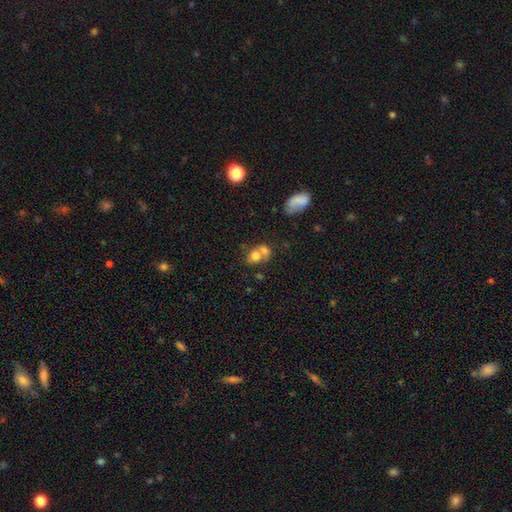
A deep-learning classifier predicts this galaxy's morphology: A smooth galaxy with no disk features (70%) that is round (55%). Merging: merger (61%).